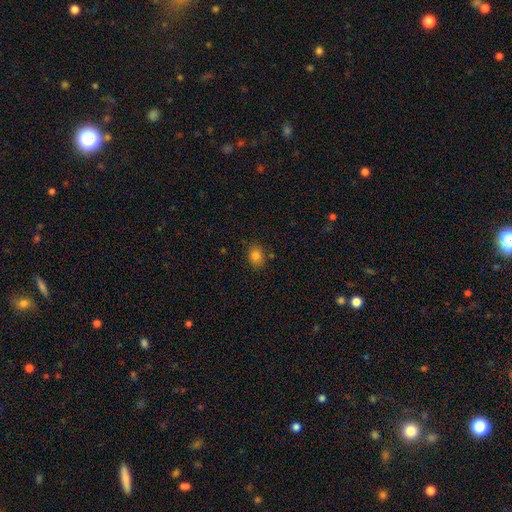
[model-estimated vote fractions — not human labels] A smooth galaxy with no disk features (81%) that is round (54%).

Vote fractions:
- Smooth or featured? smooth: 81% / star or artifact: 13% / featured or disk: 6%
- How rounded? round: 54% / in between: 45% / cigar-shaped: 1%
- Merging? none: 79% / minor disturbance: 15% / major disturbance: 3% / merger: 3%